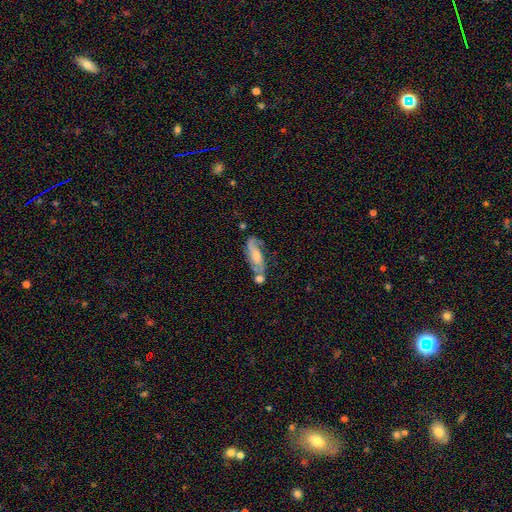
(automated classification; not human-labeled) featured or disk 61%, smooth 32%, star or artifact 7%. Down the decision tree: edge-on disk — no (82%); merging — none (49%).